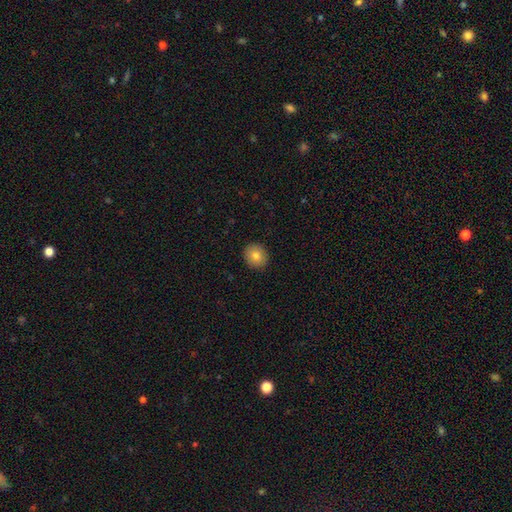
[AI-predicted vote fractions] Q: Smooth or featured?
A: smooth (80%); runner-up: featured or disk (11%)
Q: How rounded?
A: round (76%); runner-up: in between (23%)
Q: Merging?
A: none (91%); runner-up: minor disturbance (6%)